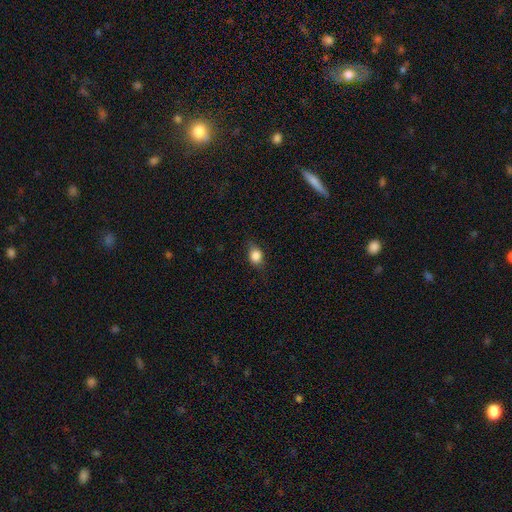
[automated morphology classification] Smooth or featured: smooth — 78% (featured or disk — 12%)
How rounded: round — 49% (in between — 48%)
Merging: none — 73% (minor disturbance — 21%)